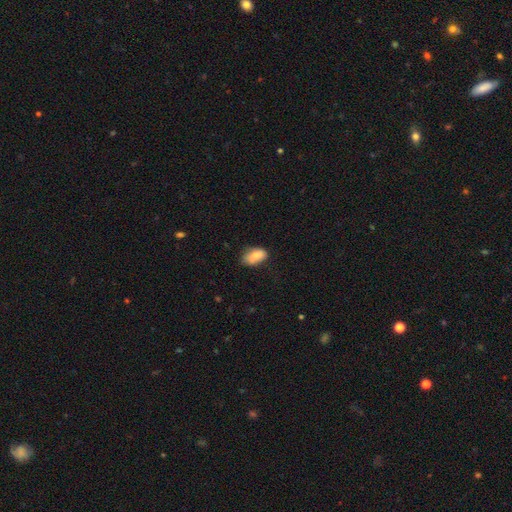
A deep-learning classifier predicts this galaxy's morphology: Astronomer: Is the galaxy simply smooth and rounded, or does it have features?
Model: smooth — 77%.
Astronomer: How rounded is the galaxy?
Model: in between — 91%.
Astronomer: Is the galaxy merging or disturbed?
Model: none — 62%.